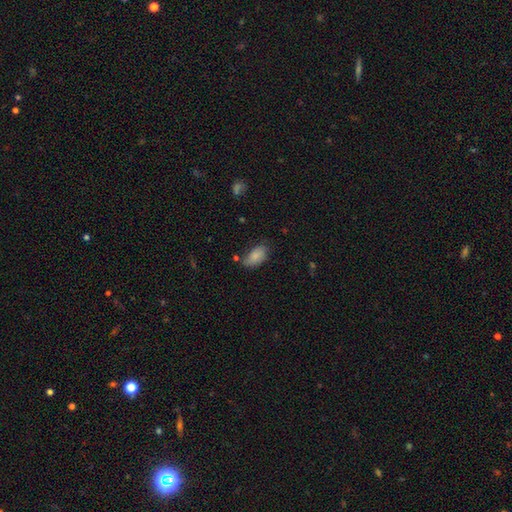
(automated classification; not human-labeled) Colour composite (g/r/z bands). It shows a smooth galaxy with no disk features (83%) that is in between round and cigar-shaped (93%). Merging: none (62%).